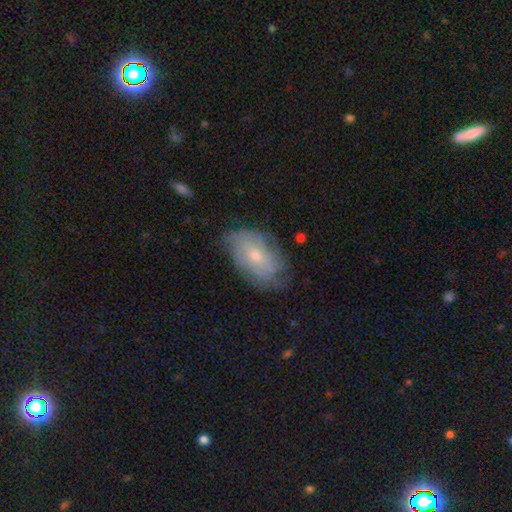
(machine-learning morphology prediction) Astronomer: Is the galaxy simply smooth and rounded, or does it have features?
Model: featured or disk — 56% (runner-up: smooth, 36%).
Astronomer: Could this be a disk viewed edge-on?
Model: no — 94%.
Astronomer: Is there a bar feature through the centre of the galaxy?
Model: no — 70%.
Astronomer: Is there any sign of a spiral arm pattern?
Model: yes — 75%.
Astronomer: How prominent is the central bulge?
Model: small — 50% (runner-up: moderate, 45%).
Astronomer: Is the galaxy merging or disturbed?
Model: none — 64%.